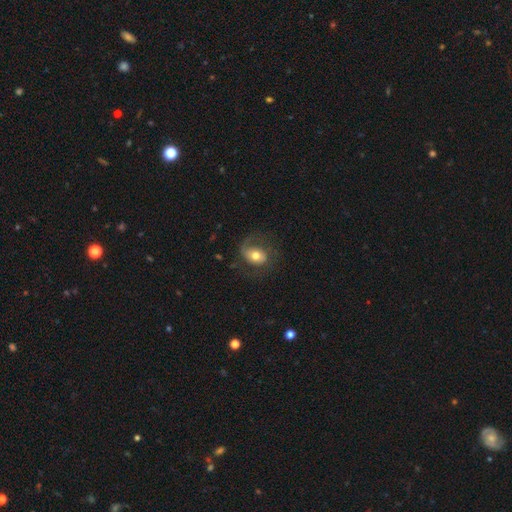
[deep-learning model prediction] This is possibly a featured or disk galaxy (56%). It is clearly not viewed edge-on (96%). Bar: possibly no (59%). Spiral arm pattern: clearly yes (82%). Central bulge: likely moderate (69%). Merging: possibly none (55%).